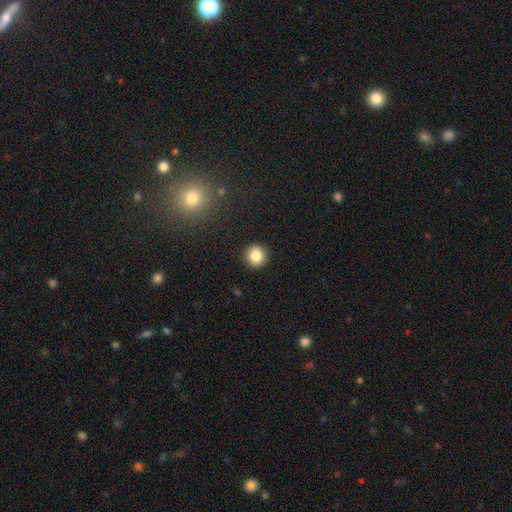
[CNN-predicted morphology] Q: Smooth or featured?
A: smooth (85%); runner-up: star or artifact (10%)
Q: How rounded?
A: round (92%); runner-up: in between (7%)
Q: Merging?
A: none (91%); runner-up: minor disturbance (6%)